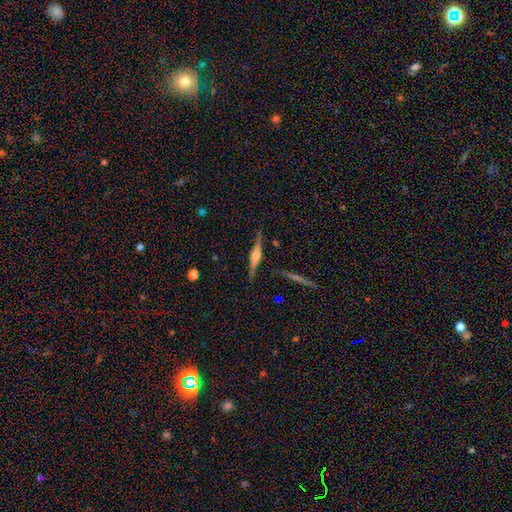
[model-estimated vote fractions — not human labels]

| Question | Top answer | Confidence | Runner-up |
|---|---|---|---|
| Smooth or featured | featured or disk | 76% | smooth (17%) |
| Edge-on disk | yes | 97% | no (3%) |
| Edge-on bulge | rounded | 74% | boxy (20%) |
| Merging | none | 85% | minor disturbance (11%) |